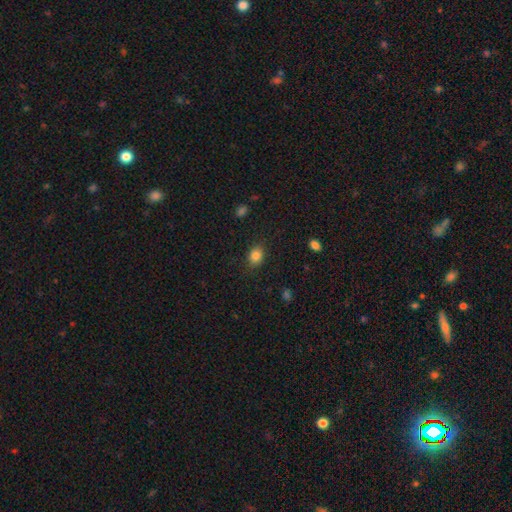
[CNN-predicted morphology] Smooth or featured? Predicted: smooth (p=0.84). How rounded? Predicted: in between (p=0.50). Merging? Predicted: none (p=0.83).